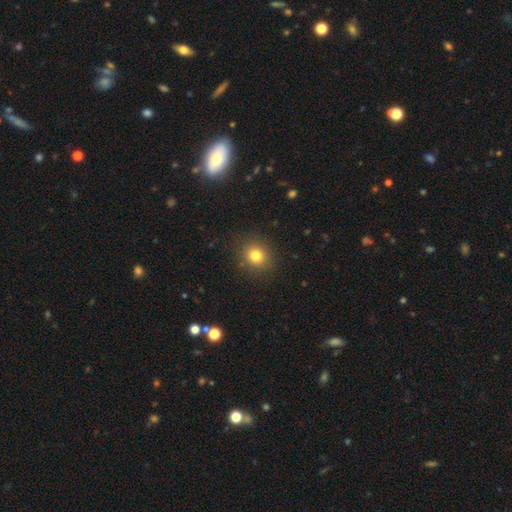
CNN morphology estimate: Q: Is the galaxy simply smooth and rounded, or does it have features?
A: smooth — 80%.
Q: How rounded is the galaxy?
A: round — 83%.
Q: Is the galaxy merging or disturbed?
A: none — 89%.